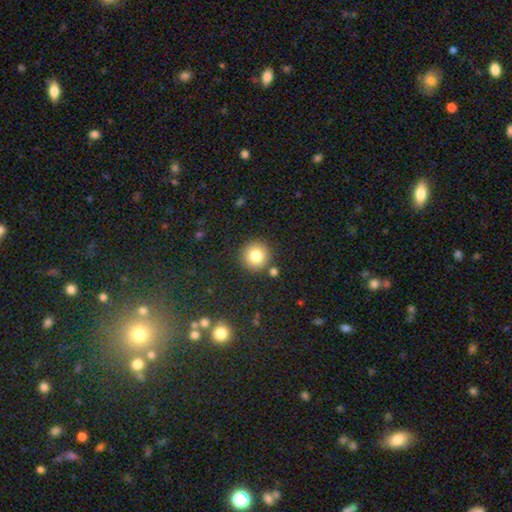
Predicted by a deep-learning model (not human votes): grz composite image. It shows a smooth galaxy with no disk features (81%) that is round (94%). Merging: none (86%).